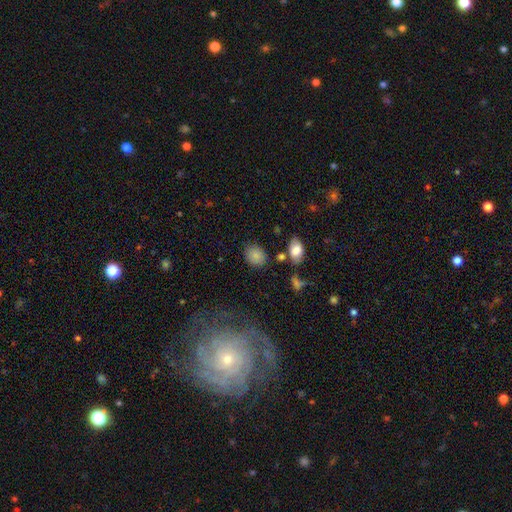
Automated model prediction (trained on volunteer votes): Smooth or featured? smooth (83%)
How rounded? round (57%)
Merging? none (77%)